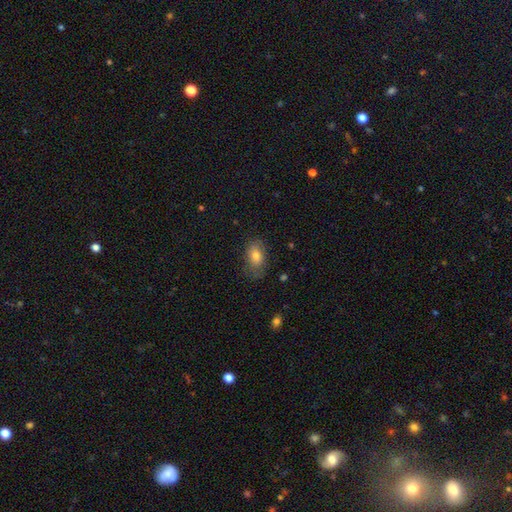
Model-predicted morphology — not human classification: The model was most divided on "merging": none: 67%, minor disturbance: 23%, major disturbance: 9%, merger: 1%. More confident: how rounded — in between (88%); smooth or featured — smooth (76%).